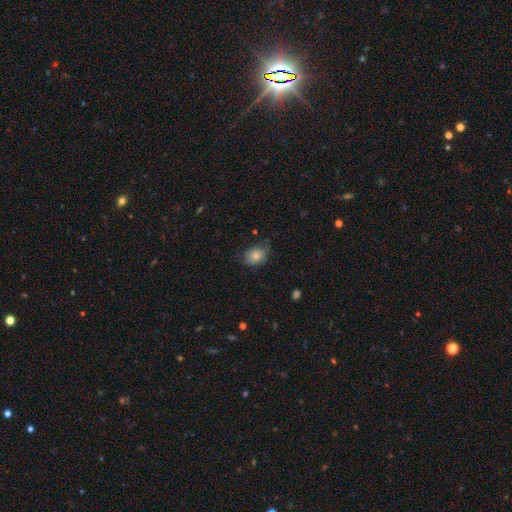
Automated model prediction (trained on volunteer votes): Morphology: type=smooth (82%); roundness=in between (63%); merging=none (63%).